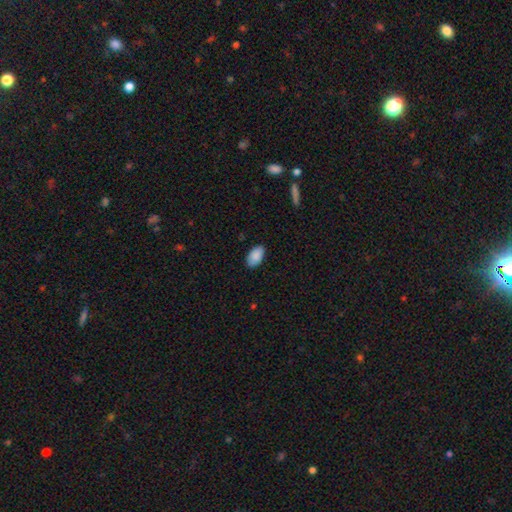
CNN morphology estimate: Smooth or featured? Predicted: smooth (p=0.90). How rounded? Predicted: in between (p=0.95). Merging? Predicted: none (p=0.87).